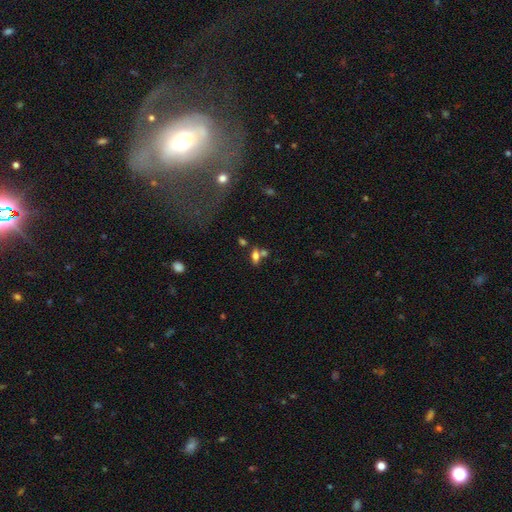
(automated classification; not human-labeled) smooth_or_featured: smooth (p=0.68) [alt: featured or disk p=0.19]
how_rounded: in between (p=0.78) [alt: cigar-shaped p=0.12]
merging: none (p=0.48) [alt: merger p=0.35]